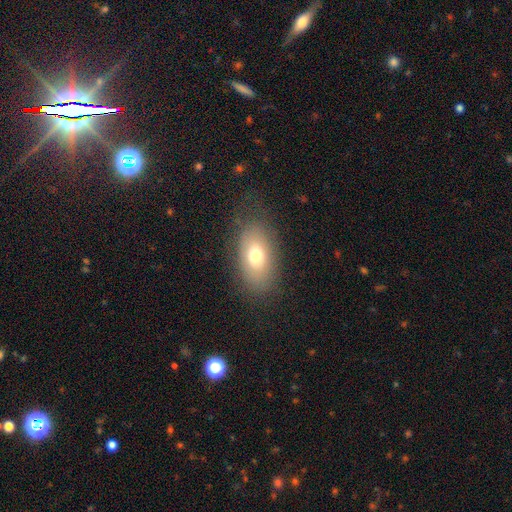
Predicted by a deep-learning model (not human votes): Smooth or featured? smooth (72%)
How rounded? in between (90%)
Merging? none (76%)